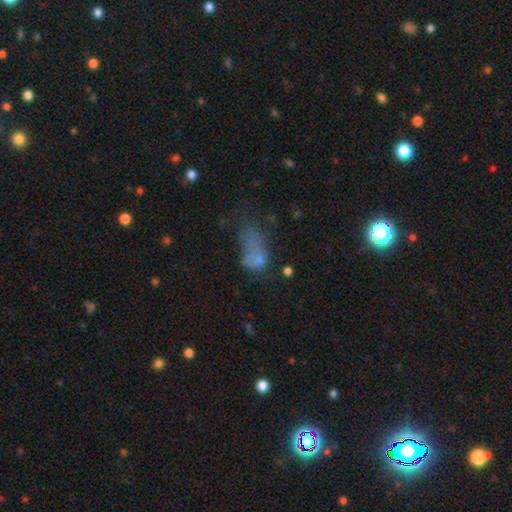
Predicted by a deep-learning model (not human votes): The model was most divided on "merging": major disturbance: 49%, none: 20%, minor disturbance: 18%, merger: 14%. More confident: how rounded — in between (82%); smooth or featured — smooth (57%).